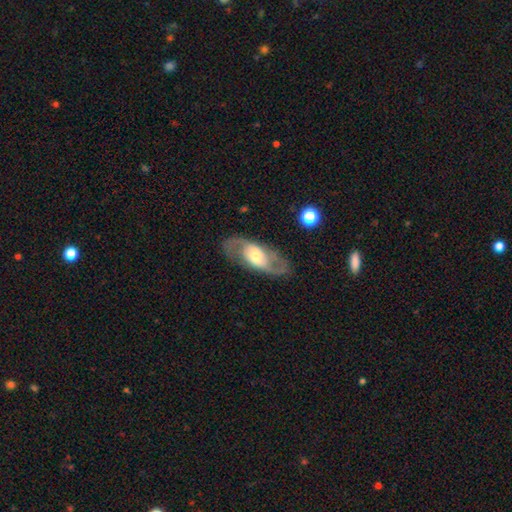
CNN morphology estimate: featured or disk 76%, smooth 19%, star or artifact 6%. Down the decision tree: edge-on disk — no (89%); bar — no (47%); spiral arms — yes (82%); spiral arm count — 2 (87%); spiral winding — medium (49%); bulge size — moderate (55%); merging — none (79%).